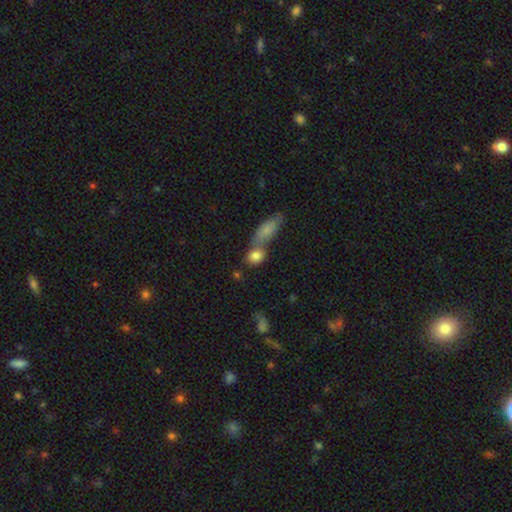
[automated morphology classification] This is clearly a smooth galaxy (82%). How rounded: possibly in between (49%). Merging: marginally none (44%).